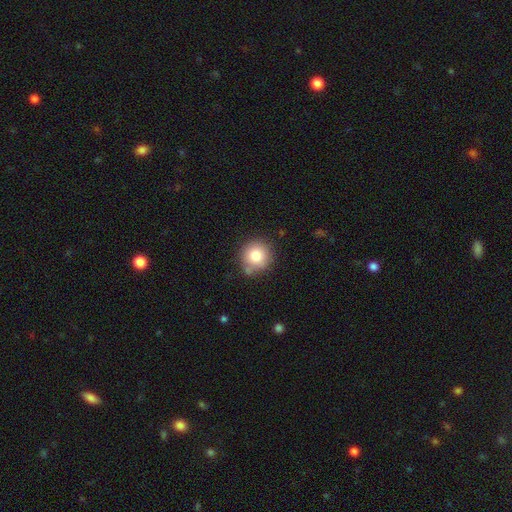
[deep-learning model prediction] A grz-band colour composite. It shows a smooth galaxy with no disk features (82%) that is round (91%). Merging: none (76%).